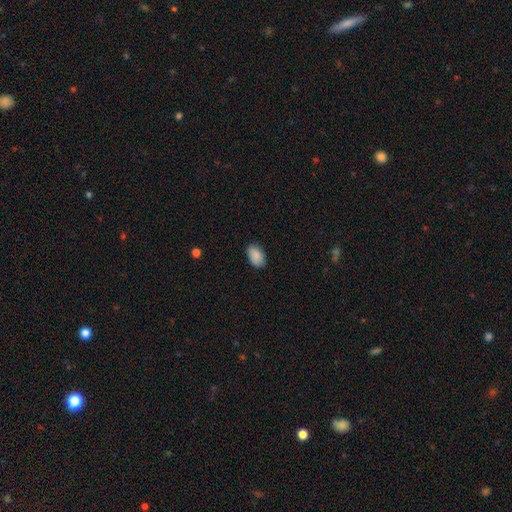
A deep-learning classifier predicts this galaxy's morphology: Overall: smooth (89%). How rounded: in between (91%). Merging: none (84%).